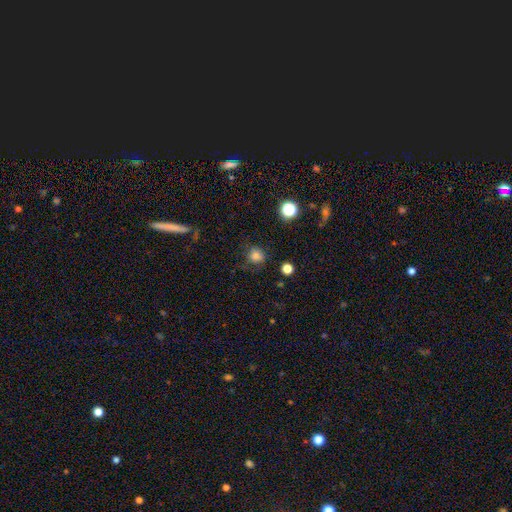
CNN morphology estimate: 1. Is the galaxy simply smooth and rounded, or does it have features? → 80% smooth, 15% star or artifact, 5% featured or disk.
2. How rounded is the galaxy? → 83% round, 16% in between, 1% cigar-shaped.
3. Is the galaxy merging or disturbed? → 73% none, 18% minor disturbance, 7% major disturbance, 2% merger.